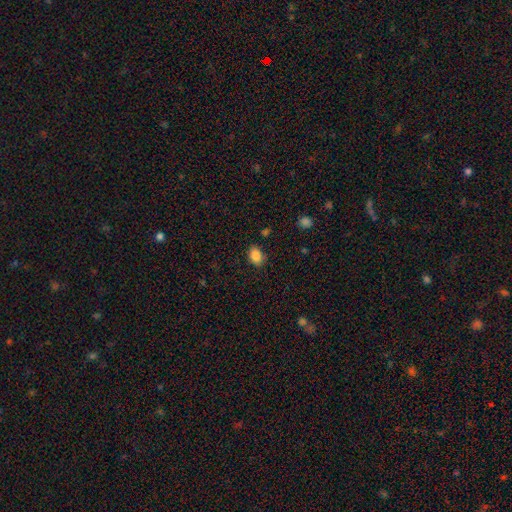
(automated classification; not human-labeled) This appears to be a smooth galaxy with no disk features (87%) that is in between round and cigar-shaped (74%). Merging: none (80%).